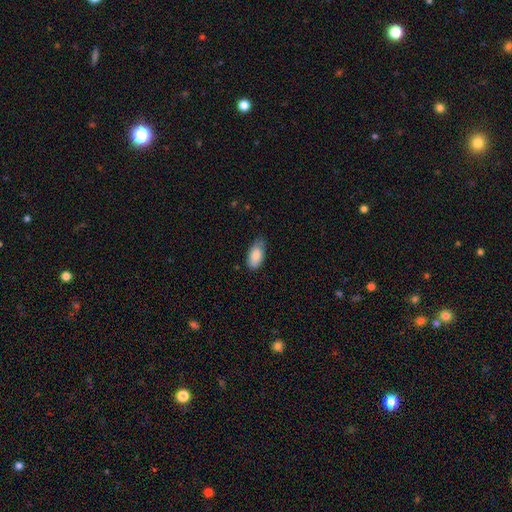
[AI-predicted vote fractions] A smooth galaxy with no disk features (85%) that is in between round and cigar-shaped (93%). Merging: none (61%).